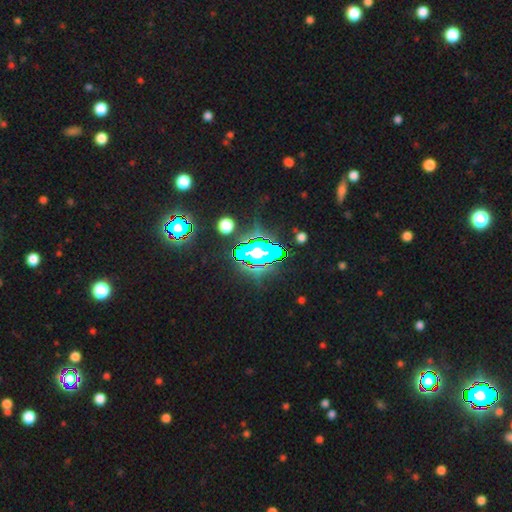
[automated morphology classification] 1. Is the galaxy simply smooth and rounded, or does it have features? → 64% star or artifact, 20% smooth, 16% featured or disk.